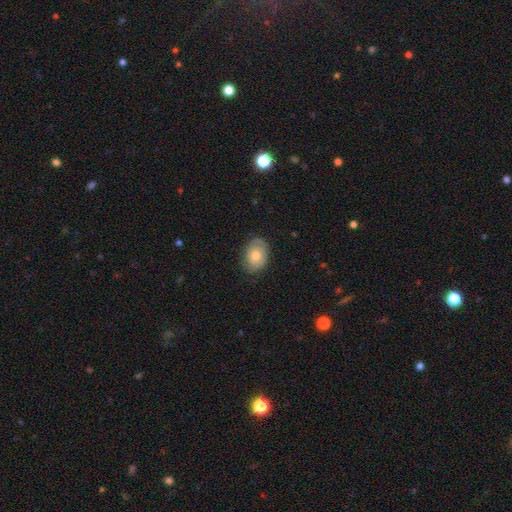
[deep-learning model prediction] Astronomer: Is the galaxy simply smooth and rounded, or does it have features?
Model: smooth — 59%.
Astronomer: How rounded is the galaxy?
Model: in between — 75%.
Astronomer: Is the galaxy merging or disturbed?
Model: none — 75%.